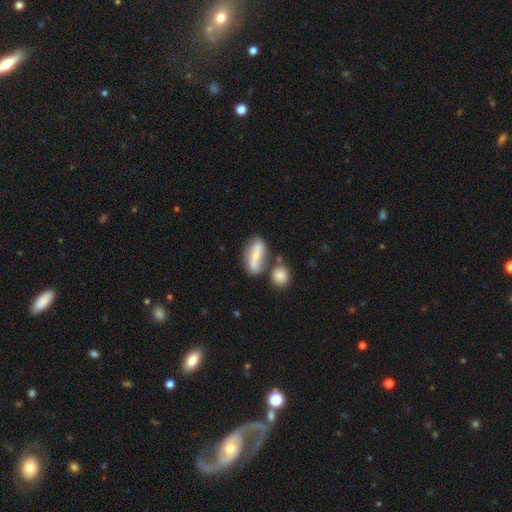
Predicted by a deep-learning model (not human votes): Overall: smooth (55%; featured or disk 38%). How rounded: in between (72%). Merging: none (52%; merger 24%).